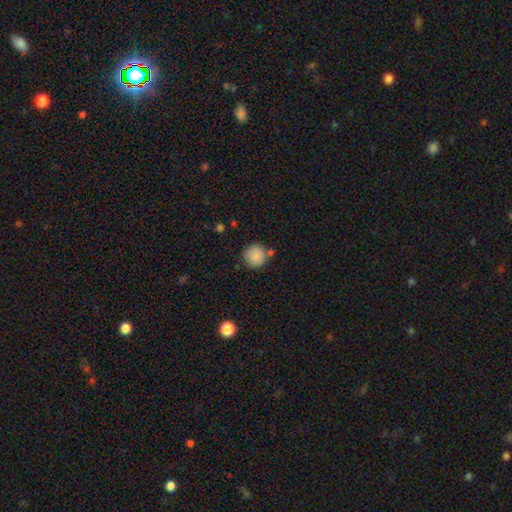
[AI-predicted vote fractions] Smooth or featured: smooth — 87% (star or artifact — 8%)
How rounded: round — 94% (in between — 5%)
Merging: none — 77% (minor disturbance — 12%)